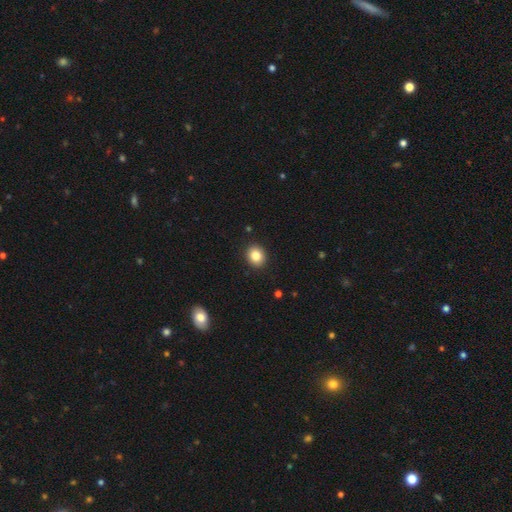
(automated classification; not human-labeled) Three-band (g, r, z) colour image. It shows a smooth galaxy with no disk features (85%) that is round (69%). Merging: none (91%).